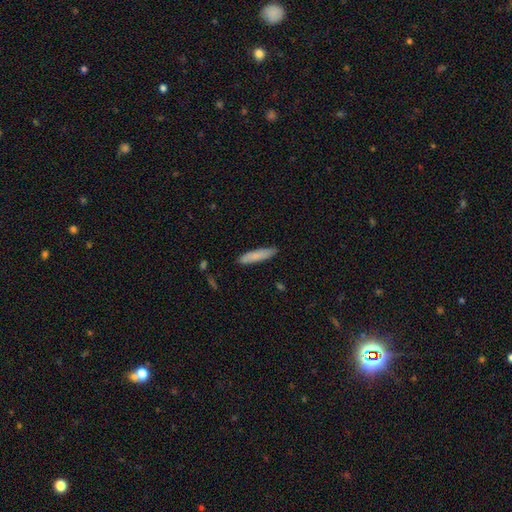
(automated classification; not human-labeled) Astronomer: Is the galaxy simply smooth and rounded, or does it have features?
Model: smooth — 82%.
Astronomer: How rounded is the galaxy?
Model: cigar-shaped — 85%.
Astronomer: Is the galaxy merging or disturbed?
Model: none — 88%.